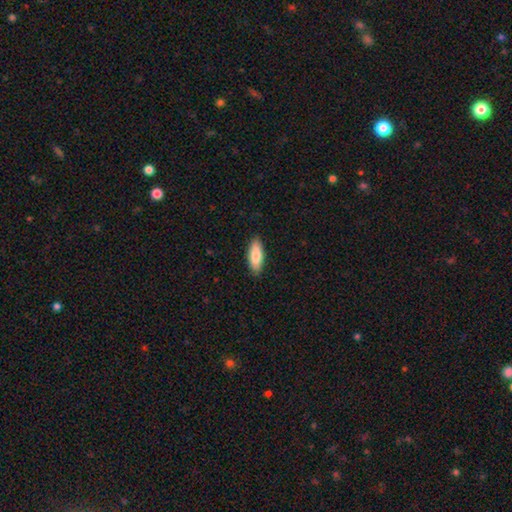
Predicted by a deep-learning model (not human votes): Smooth or featured?
  - smooth: 81% *
  - featured or disk: 13%
  - star or artifact: 6%
How rounded?
  - in between: 67% *
  - cigar-shaped: 31%
  - round: 2%
Merging?
  - none: 88% *
  - minor disturbance: 9%
  - major disturbance: 2%
  - merger: 1%